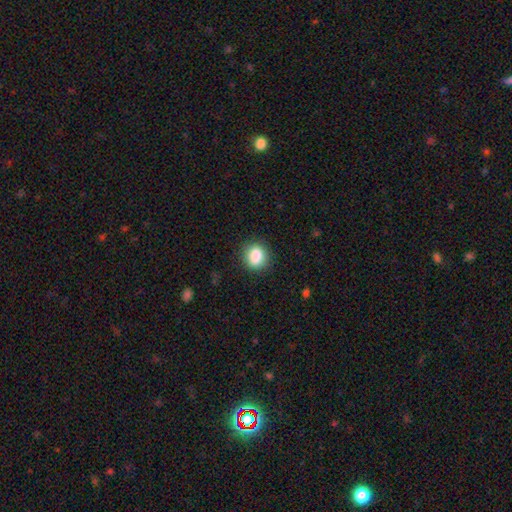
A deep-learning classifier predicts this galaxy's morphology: A smooth galaxy with no disk features (86%) that is round (62%).

Vote fractions:
- Smooth or featured? smooth: 86% / star or artifact: 9% / featured or disk: 5%
- How rounded? round: 62% / in between: 36% / cigar-shaped: 1%
- Merging? none: 87% / minor disturbance: 9% / major disturbance: 3% / merger: 1%